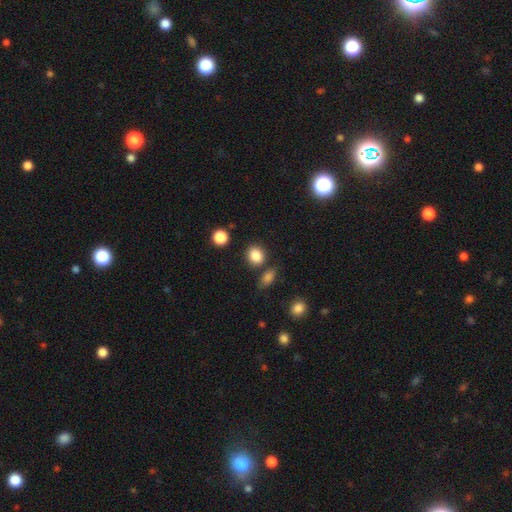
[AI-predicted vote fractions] Morphology: type=smooth (85%); roundness=round (63%); merging=none (78%).